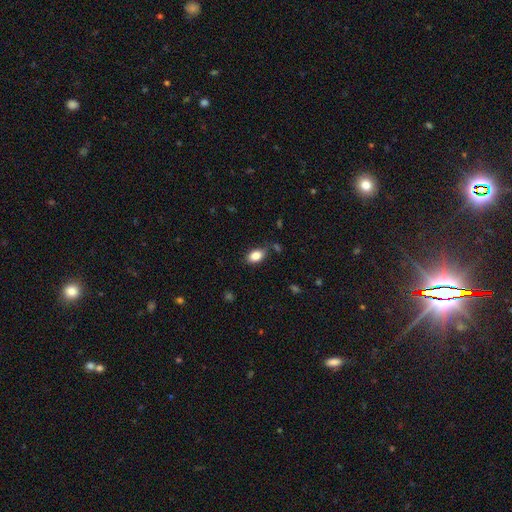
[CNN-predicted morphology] Smooth or featured: smooth — 85% (star or artifact — 8%)
How rounded: in between — 88% (round — 10%)
Merging: none — 79% (minor disturbance — 15%)